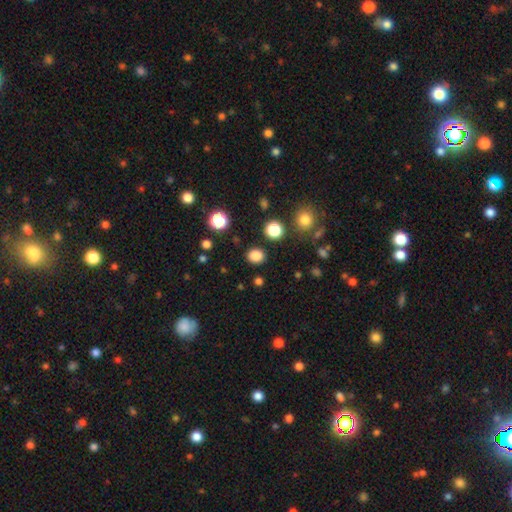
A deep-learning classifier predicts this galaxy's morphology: Smooth or featured?
  - smooth: 83% *
  - star or artifact: 14%
  - featured or disk: 4%
How rounded?
  - round: 72% *
  - in between: 27%
  - cigar-shaped: 1%
Merging?
  - none: 88% *
  - minor disturbance: 7%
  - major disturbance: 3%
  - merger: 2%